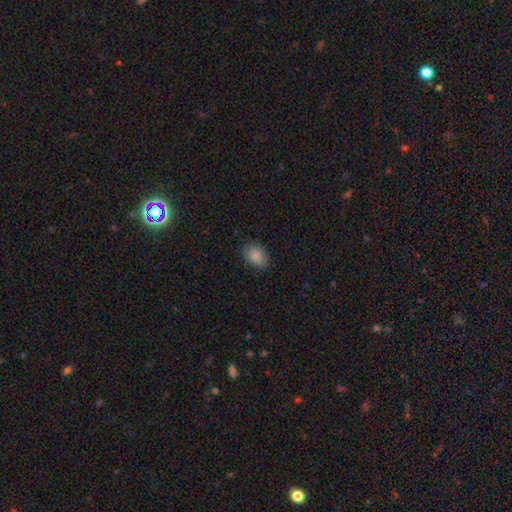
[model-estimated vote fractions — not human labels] This appears to be a smooth galaxy with no disk features (88%) that is in between round and cigar-shaped (75%). Merging: none (83%).